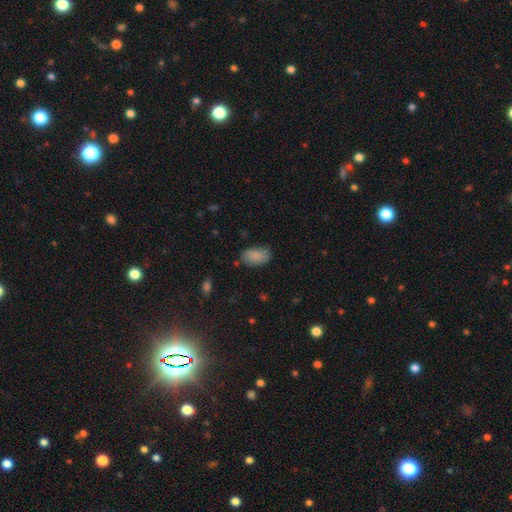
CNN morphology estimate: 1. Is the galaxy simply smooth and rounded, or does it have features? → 86% smooth, 7% star or artifact, 6% featured or disk.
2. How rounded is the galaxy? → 92% in between, 6% round, 2% cigar-shaped.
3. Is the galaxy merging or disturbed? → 75% none, 19% minor disturbance, 4% major disturbance, 2% merger.